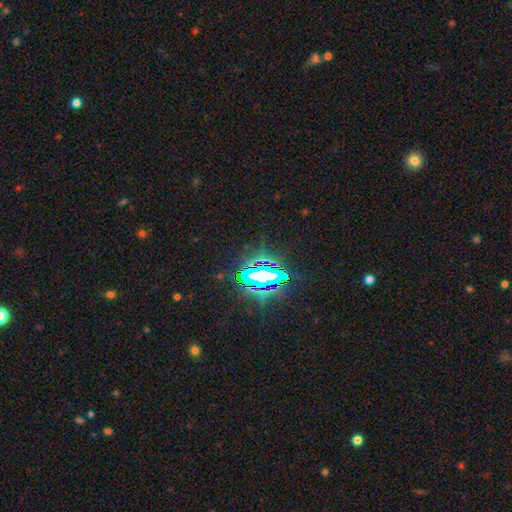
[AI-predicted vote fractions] Smooth or featured? star or artifact (73%)